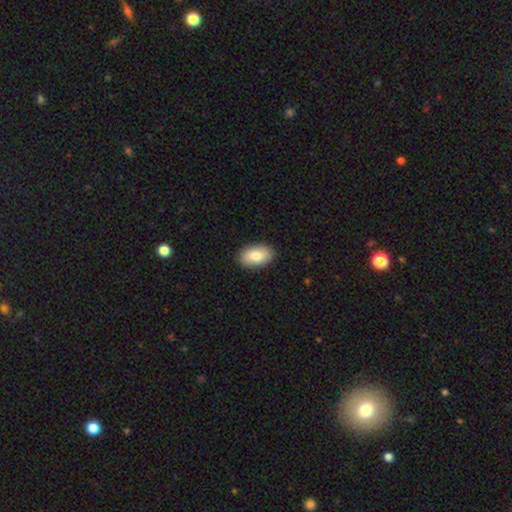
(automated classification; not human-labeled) Smooth or featured?
  - smooth: 81% *
  - featured or disk: 13%
  - star or artifact: 6%
How rounded?
  - in between: 93% *
  - round: 5%
  - cigar-shaped: 2%
Merging?
  - none: 89% *
  - minor disturbance: 8%
  - major disturbance: 2%
  - merger: 1%